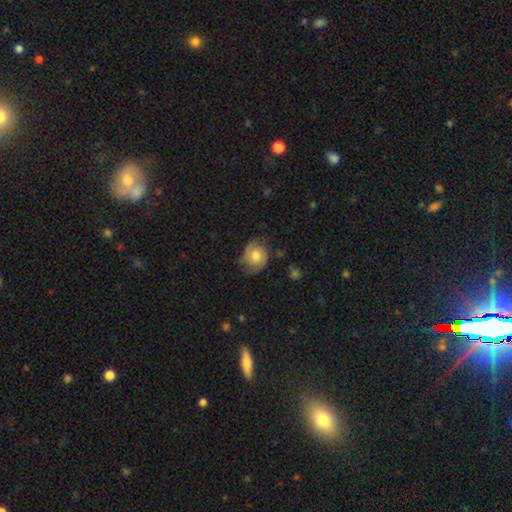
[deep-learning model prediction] The model was most divided on "spiral winding": tight: 46%, medium: 39%, loose: 14%. More confident: edge-on disk — no (97%); spiral arms — yes (88%); spiral arm count — 2 (77%); bar — no (72%); merging — none (69%); bulge size — moderate (65%); smooth or featured — featured or disk (59%).